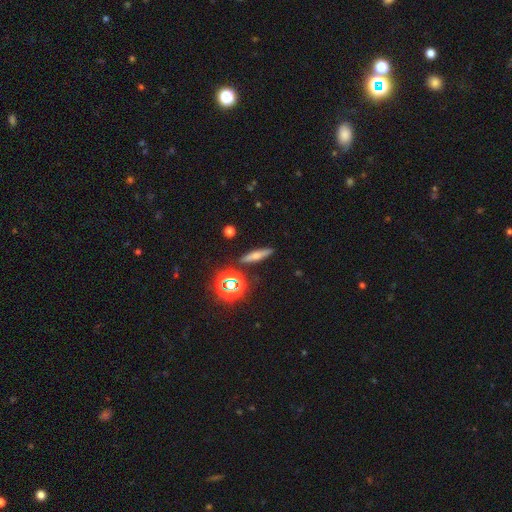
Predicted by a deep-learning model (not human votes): The model was most divided on "smooth or featured": smooth: 49%, featured or disk: 34%, star or artifact: 17%. More confident: merging — none (87%).